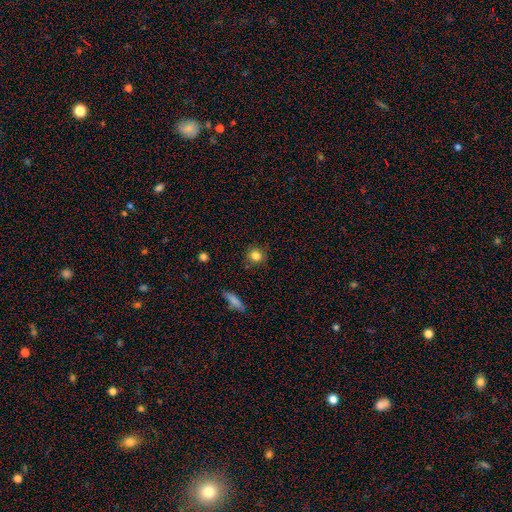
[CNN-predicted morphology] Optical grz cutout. It shows a smooth galaxy with no disk features (82%) that is round (90%). Merging: none (87%).